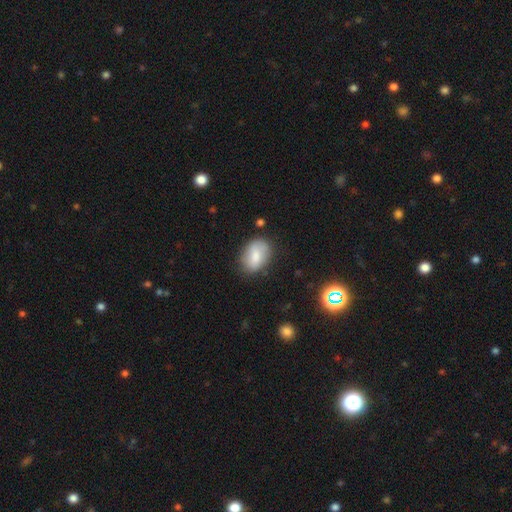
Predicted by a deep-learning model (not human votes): Smooth or featured? smooth (78%)
How rounded? in between (81%)
Merging? none (73%)